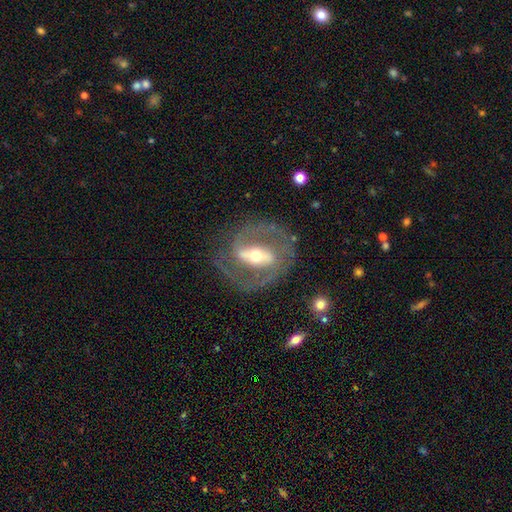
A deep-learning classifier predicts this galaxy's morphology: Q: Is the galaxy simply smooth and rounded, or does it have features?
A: featured or disk — 85%.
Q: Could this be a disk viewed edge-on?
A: no — 93%.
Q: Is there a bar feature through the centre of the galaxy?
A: strong — 65%.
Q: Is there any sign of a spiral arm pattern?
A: yes — 83%.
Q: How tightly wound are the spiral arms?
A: medium — 52%.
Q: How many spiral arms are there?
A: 2 — 87%.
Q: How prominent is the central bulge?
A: moderate — 64%.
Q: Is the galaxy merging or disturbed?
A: none — 76%.